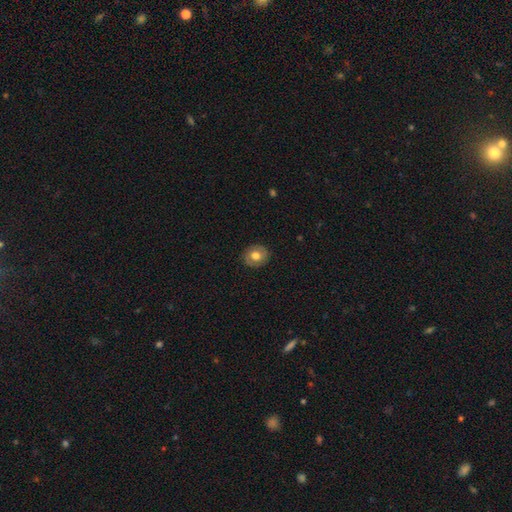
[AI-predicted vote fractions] Q: Smooth or featured?
A: smooth (66%); runner-up: featured or disk (27%)
Q: How rounded?
A: round (74%); runner-up: in between (25%)
Q: Merging?
A: none (88%); runner-up: minor disturbance (9%)